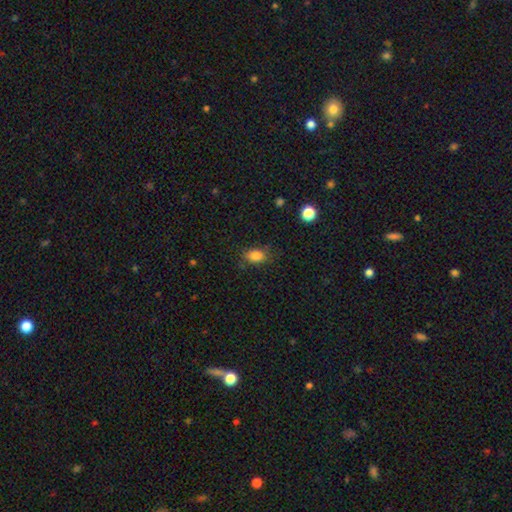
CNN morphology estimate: The model was most divided on "merging": none: 74%, minor disturbance: 18%, major disturbance: 5%, merger: 2%. More confident: smooth or featured — smooth (84%); how rounded — in between (79%).